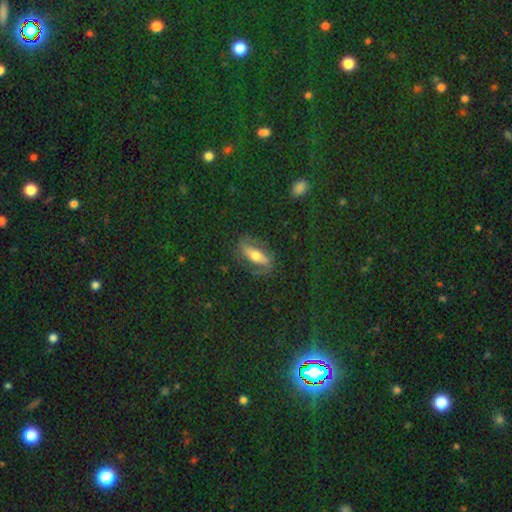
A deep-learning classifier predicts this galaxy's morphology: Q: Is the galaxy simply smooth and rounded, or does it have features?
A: featured or disk — 42%.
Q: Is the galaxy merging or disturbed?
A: none — 74%.